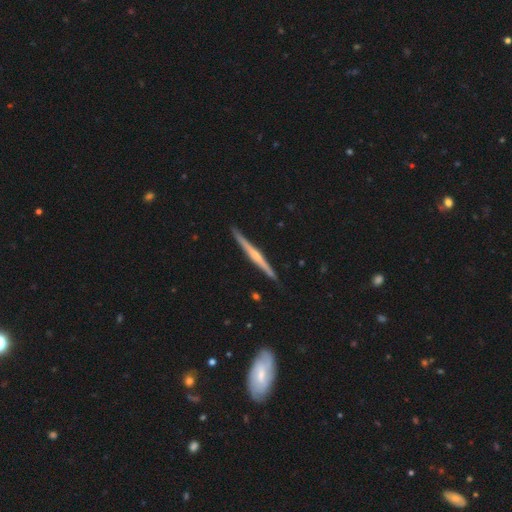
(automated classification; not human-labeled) featured or disk 73%, smooth 22%, star or artifact 5%. Down the decision tree: edge-on disk — yes (98%); edge-on bulge — rounded (62%); merging — none (92%).